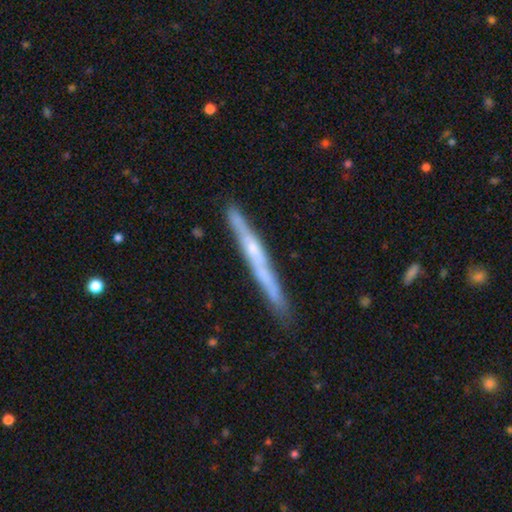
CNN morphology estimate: smooth_or_featured: featured or disk (p=0.66) [alt: smooth p=0.28]
disk_edge_on: yes (p=0.96) [alt: no p=0.04]
edge_on_bulge: none (p=0.59) [alt: rounded p=0.34]
merging: none (p=0.83) [alt: minor disturbance p=0.13]